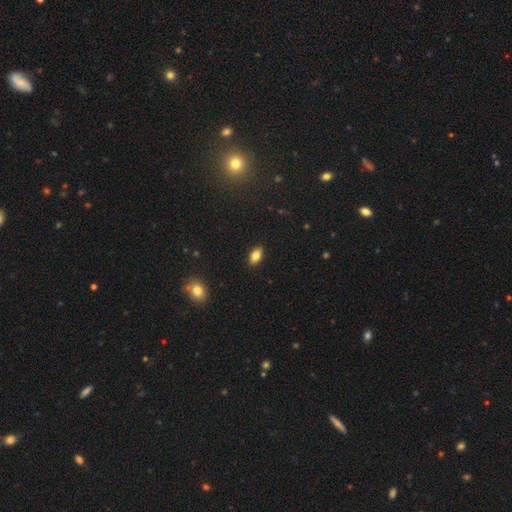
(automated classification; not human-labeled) Morphology: type=smooth (78%); roundness=in between (88%); merging=none (89%).